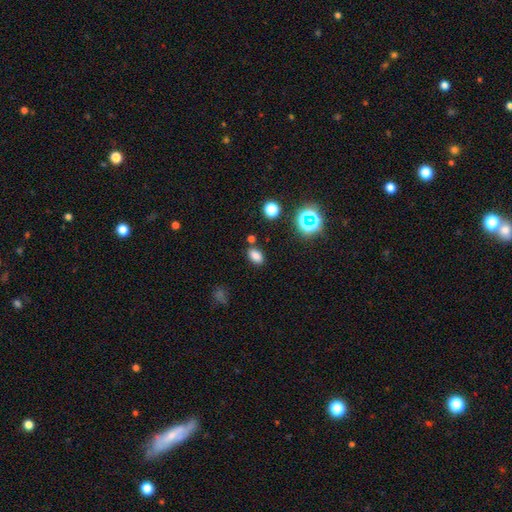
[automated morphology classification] This is likely a smooth galaxy (78%). How rounded: clearly in between (86%). Merging: clearly none (80%).